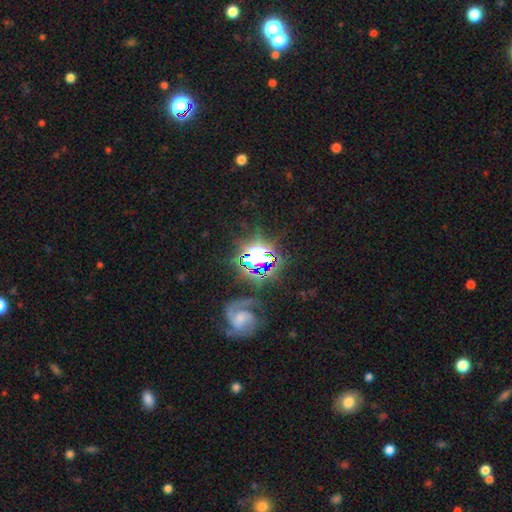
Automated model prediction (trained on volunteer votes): Smooth or featured? Predicted: star or artifact (p=0.56).